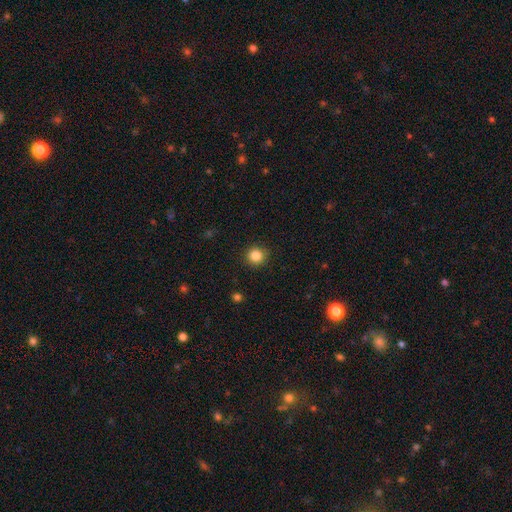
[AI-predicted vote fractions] Overall: smooth (85%). How rounded: round (93%). Merging: none (90%).